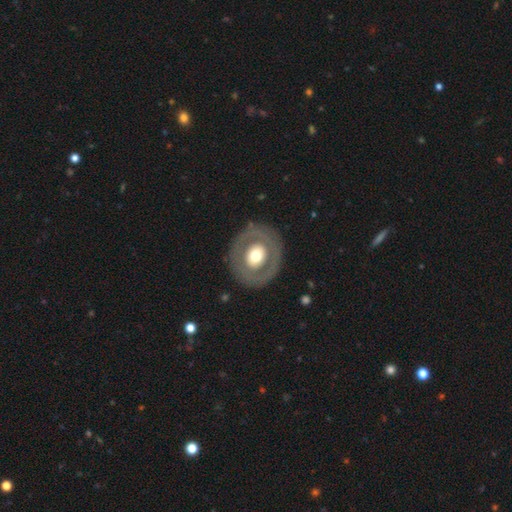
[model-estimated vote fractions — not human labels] Smooth or featured: featured or disk — 50% (smooth — 44%)
Edge-on disk: no — 94% (yes — 6%)
Merging: none — 84% (minor disturbance — 10%)